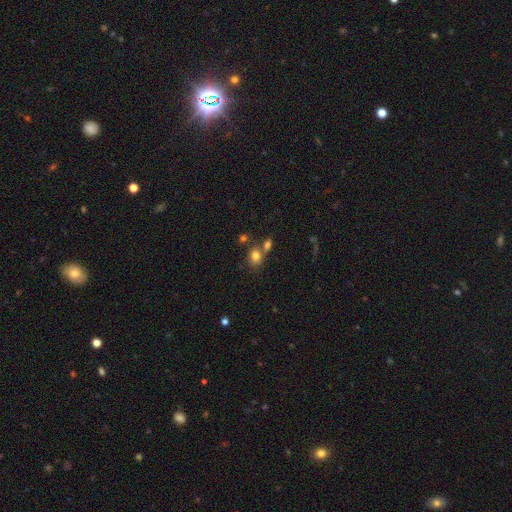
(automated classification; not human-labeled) This appears to be a smooth galaxy with no disk features (78%) that is in between round and cigar-shaped (53%). Merging: none (52%).